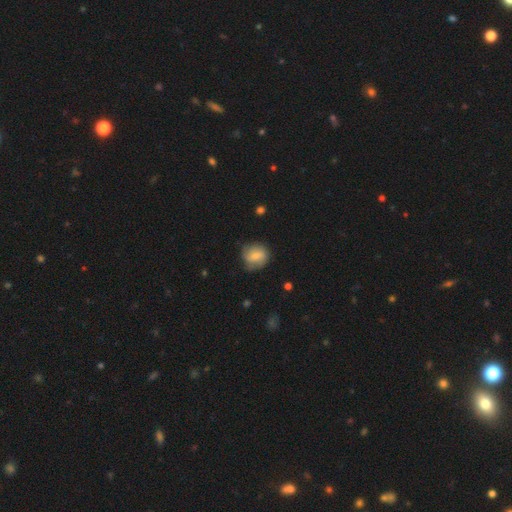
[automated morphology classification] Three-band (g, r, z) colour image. It shows a smooth galaxy with no disk features (64%) that is round (75%). Merging: none (65%).